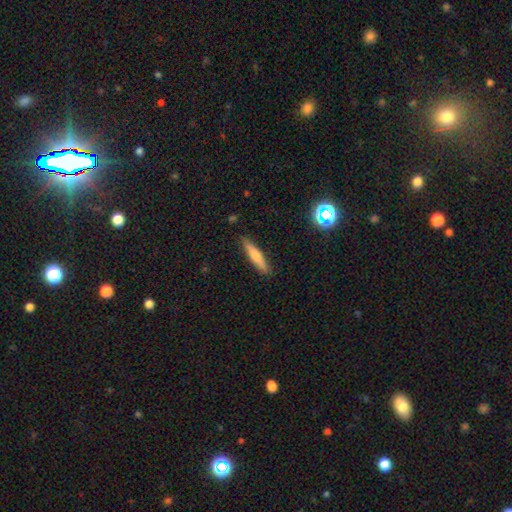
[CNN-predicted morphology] Q: Smooth or featured?
A: smooth (65%); runner-up: featured or disk (28%)
Q: How rounded?
A: cigar-shaped (87%); runner-up: in between (12%)
Q: Merging?
A: none (86%); runner-up: minor disturbance (10%)